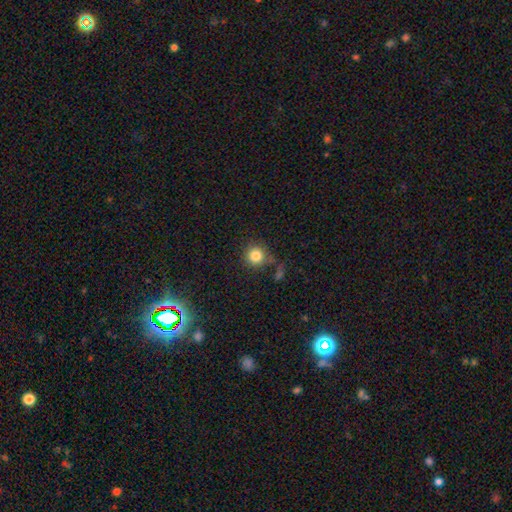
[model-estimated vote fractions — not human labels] A smooth galaxy with no disk features (83%) that is round (93%).

Vote fractions:
- Smooth or featured? smooth: 83% / star or artifact: 11% / featured or disk: 6%
- How rounded? round: 93% / in between: 6% / cigar-shaped: 1%
- Merging? none: 72% / minor disturbance: 14% / merger: 7% / major disturbance: 7%